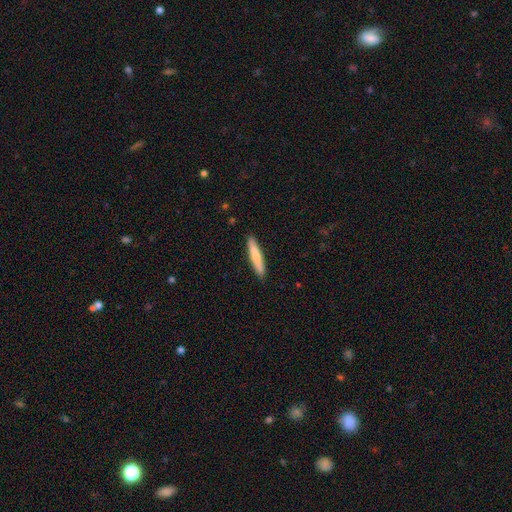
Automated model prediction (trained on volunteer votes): Morphology: type=smooth (75%); roundness=cigar-shaped (92%); merging=none (90%).